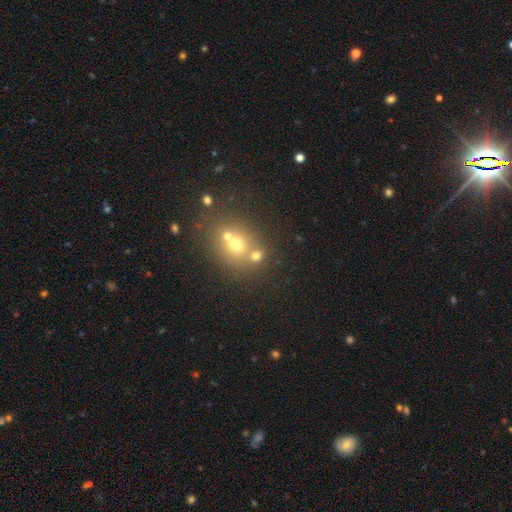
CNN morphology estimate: This is likely a smooth galaxy (63%). How rounded: likely round (76%). Merging: possibly none (49%).